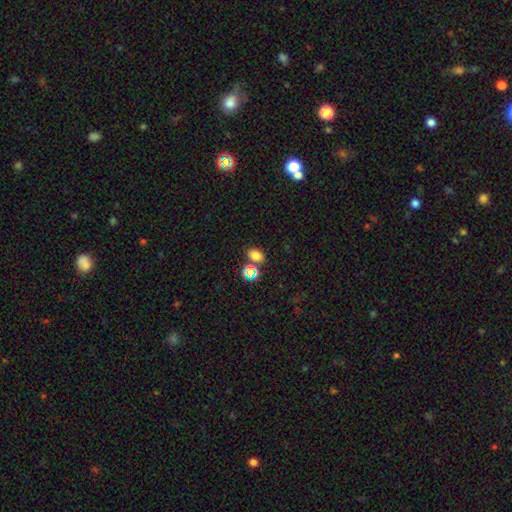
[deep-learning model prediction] A smooth galaxy with no disk features (73%) that is in between round and cigar-shaped (73%).

Vote fractions:
- Smooth or featured? smooth: 73% / star or artifact: 21% / featured or disk: 6%
- How rounded? in between: 73% / round: 26% / cigar-shaped: 1%
- Merging? none: 73% / merger: 14% / minor disturbance: 10% / major disturbance: 4%